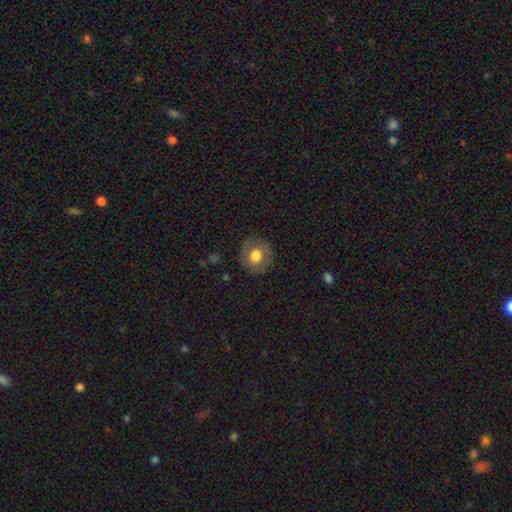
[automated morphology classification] smooth-or-featured: smooth: 68% | featured or disk: 23% | star or artifact: 8%
  how-rounded: round: 87% | in between: 12% | cigar-shaped: 1%
  merging: none: 85% | minor disturbance: 10% | major disturbance: 4% | merger: 1%